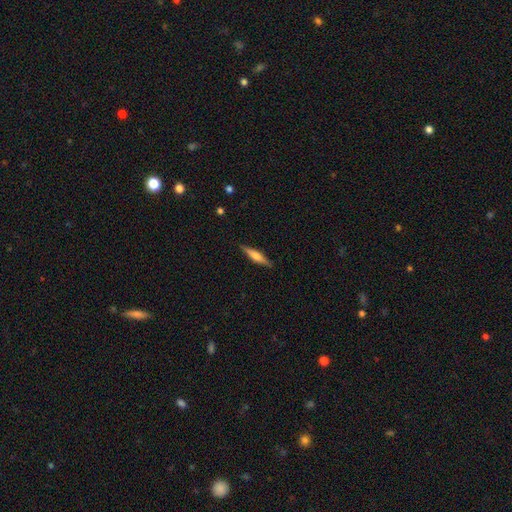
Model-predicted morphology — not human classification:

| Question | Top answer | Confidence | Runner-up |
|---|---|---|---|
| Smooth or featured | featured or disk | 58% | smooth (36%) |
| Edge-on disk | yes | 97% | no (3%) |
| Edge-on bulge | rounded | 82% | boxy (12%) |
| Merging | none | 89% | minor disturbance (8%) |